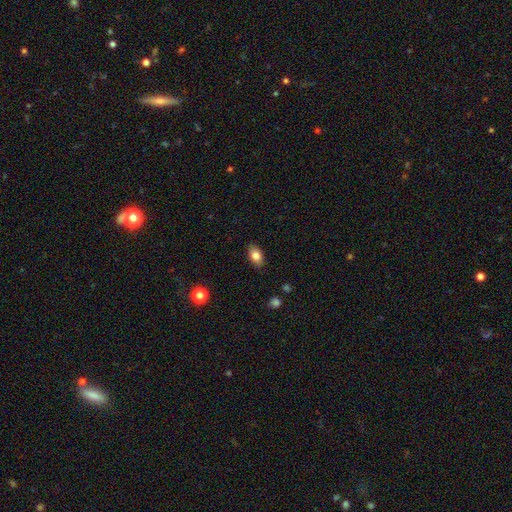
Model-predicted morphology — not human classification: Smooth or featured: smooth — 81% (featured or disk — 10%)
How rounded: in between — 89% (round — 9%)
Merging: none — 87% (minor disturbance — 10%)